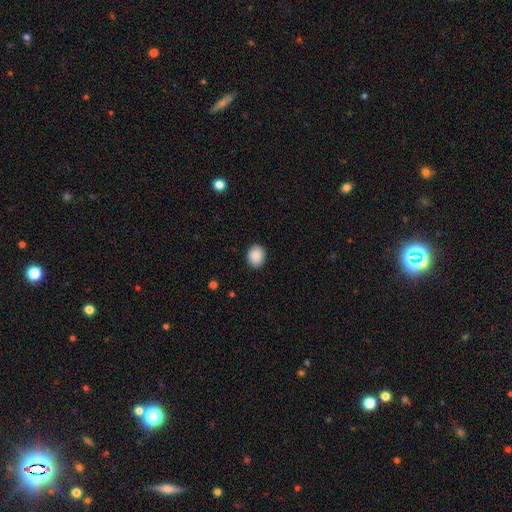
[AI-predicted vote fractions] Smooth or featured? Predicted: smooth (p=0.89). How rounded? Predicted: round (p=0.61). Merging? Predicted: none (p=0.89).